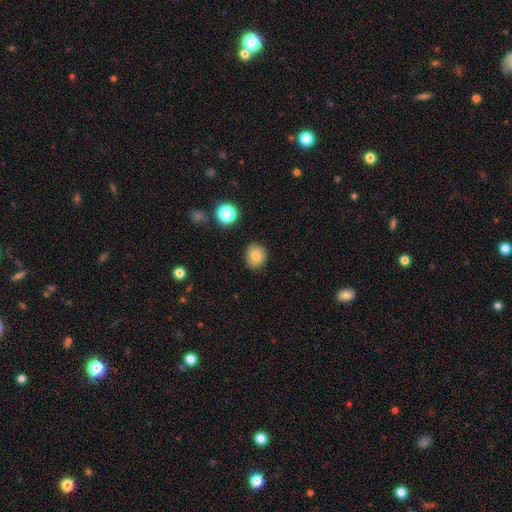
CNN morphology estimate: smooth 78%, star or artifact 11%, featured or disk 11%. Down the decision tree: how rounded — round (78%); merging — none (85%).